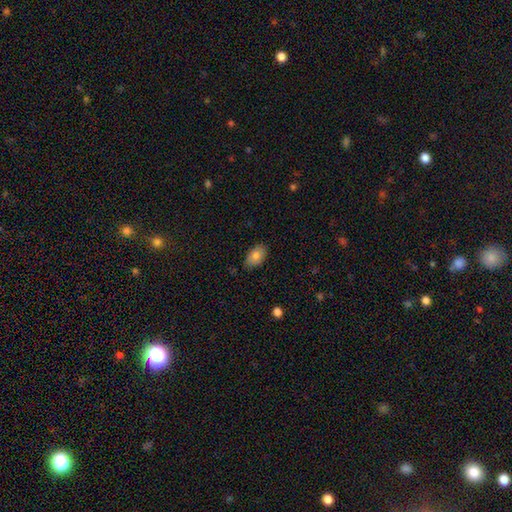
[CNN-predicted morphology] Overall: smooth (81%). How rounded: in between (91%). Merging: none (80%).